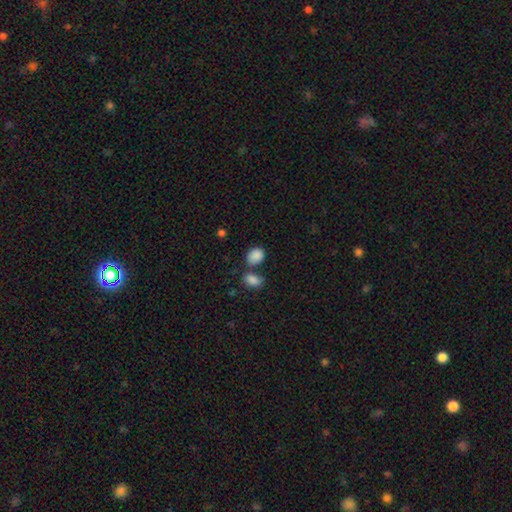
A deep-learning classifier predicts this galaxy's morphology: Smooth or featured?
  - smooth: 87% *
  - star or artifact: 9%
  - featured or disk: 4%
How rounded?
  - in between: 61% *
  - round: 38%
  - cigar-shaped: 1%
Merging?
  - none: 57% *
  - merger: 23%
  - minor disturbance: 15%
  - major disturbance: 5%